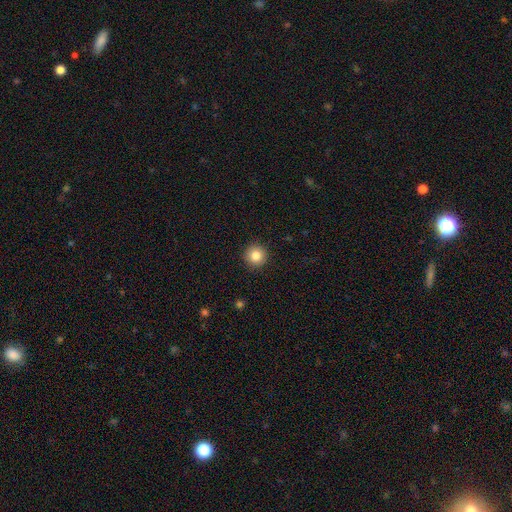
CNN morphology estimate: A smooth galaxy with no disk features (84%) that is round (96%). Merging: none (93%).